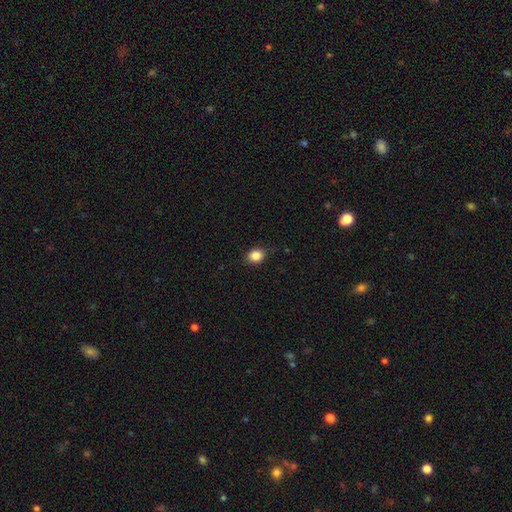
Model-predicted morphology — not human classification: This is clearly a smooth galaxy (86%). How rounded: possibly in between (50%). Merging: clearly none (87%).